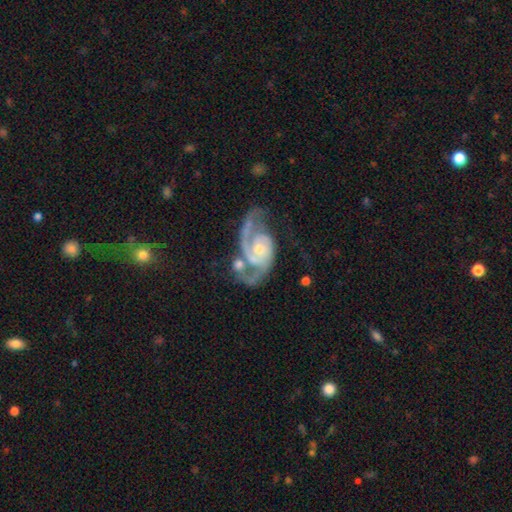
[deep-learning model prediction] This is clearly a featured or disk galaxy (91%). It is clearly not viewed edge-on (98%). Bar: likely no (66%). Spiral arm pattern: clearly yes (98%). Spiral arm count: clearly 2 (83%). Spiral winding: possibly medium (50%). Central bulge: possibly small (49%). Merging: possibly none (50%).